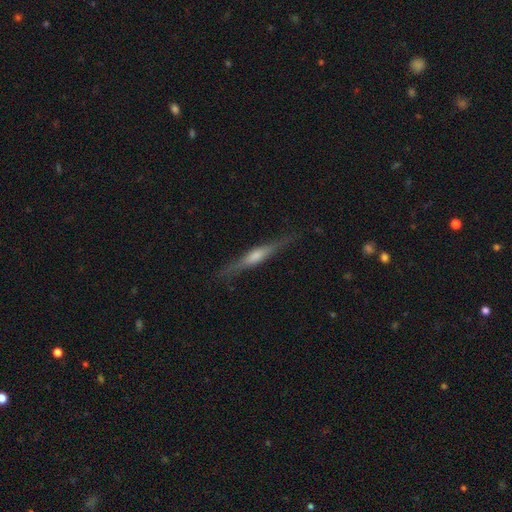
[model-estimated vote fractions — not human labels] Overall: featured or disk (68%). Edge-on disk: yes (97%). Edge-on bulge: rounded (68%). Merging: none (86%).